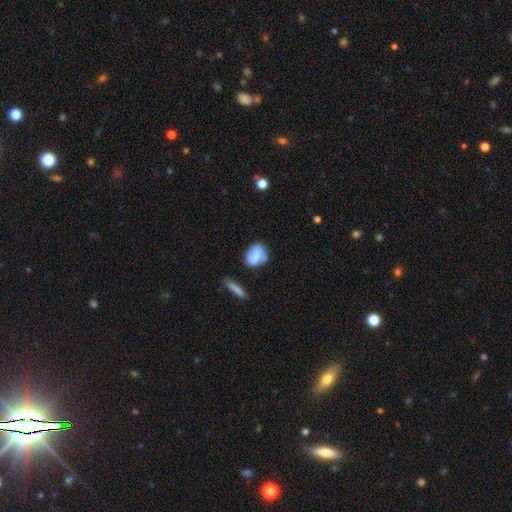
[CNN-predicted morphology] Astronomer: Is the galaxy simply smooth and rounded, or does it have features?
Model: smooth — 71%.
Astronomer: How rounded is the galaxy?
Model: in between — 65%.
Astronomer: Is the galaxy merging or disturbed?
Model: none — 58%.